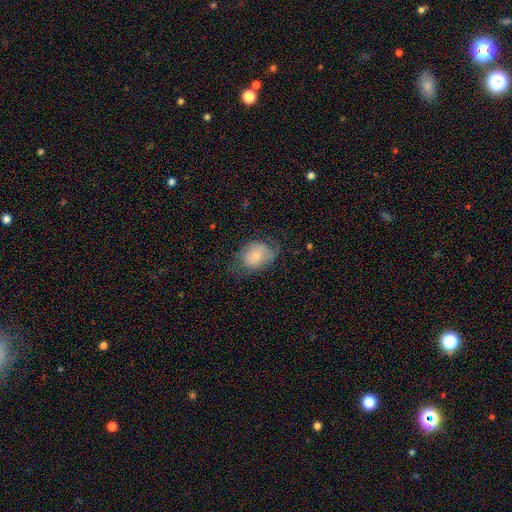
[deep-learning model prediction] smooth_or_featured: smooth (p=0.70) [alt: featured or disk p=0.22]
how_rounded: in between (p=0.65) [alt: round p=0.34]
merging: none (p=0.50) [alt: minor disturbance p=0.31]